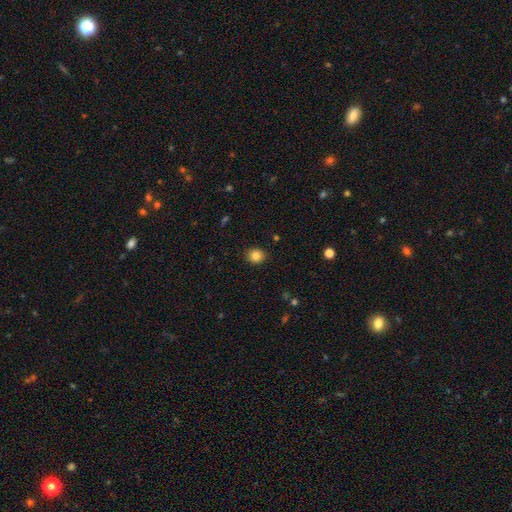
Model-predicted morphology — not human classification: This is clearly a smooth galaxy (85%). How rounded: likely round (74%). Merging: clearly none (89%).